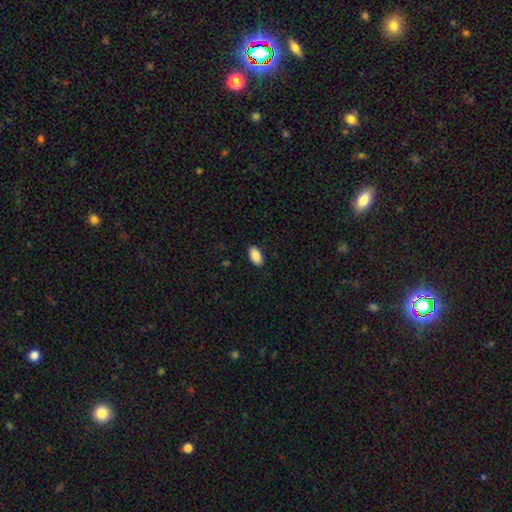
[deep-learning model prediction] Smooth or featured? Predicted: smooth (p=0.90). How rounded? Predicted: in between (p=0.95). Merging? Predicted: none (p=0.88).